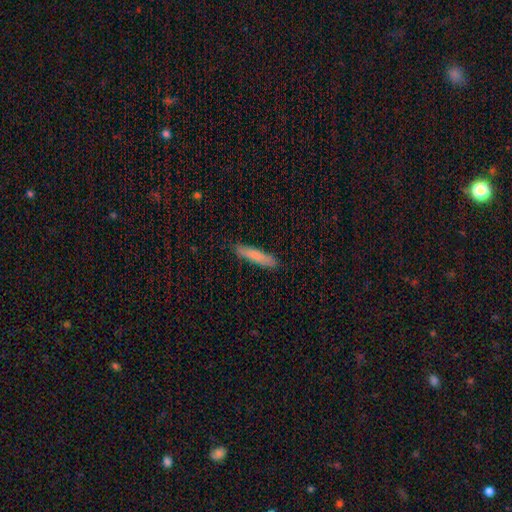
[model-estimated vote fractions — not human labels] Overall: smooth (78%). How rounded: cigar-shaped (89%). Merging: none (88%).